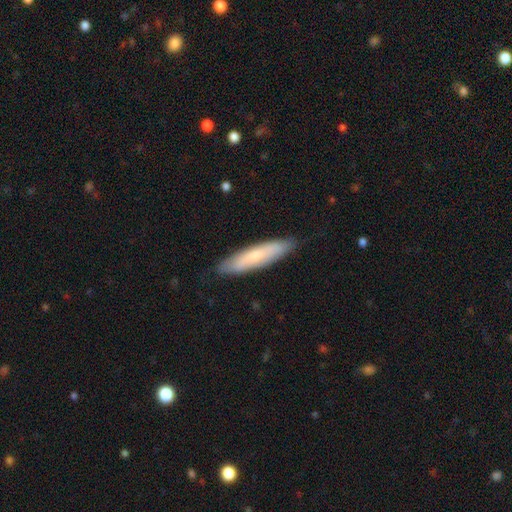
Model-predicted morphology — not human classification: Smooth or featured? smooth (61%)
How rounded? cigar-shaped (78%)
Merging? none (86%)